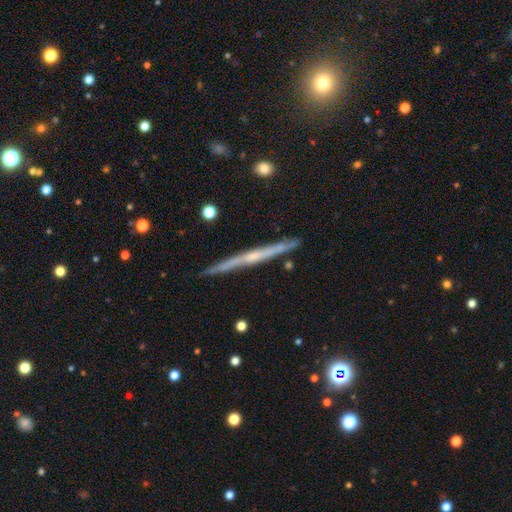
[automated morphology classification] smooth_or_featured: featured or disk (p=0.71) [alt: smooth p=0.22]
disk_edge_on: yes (p=0.97) [alt: no p=0.03]
edge_on_bulge: none (p=0.55) [alt: rounded p=0.38]
merging: none (p=0.88) [alt: minor disturbance p=0.09]